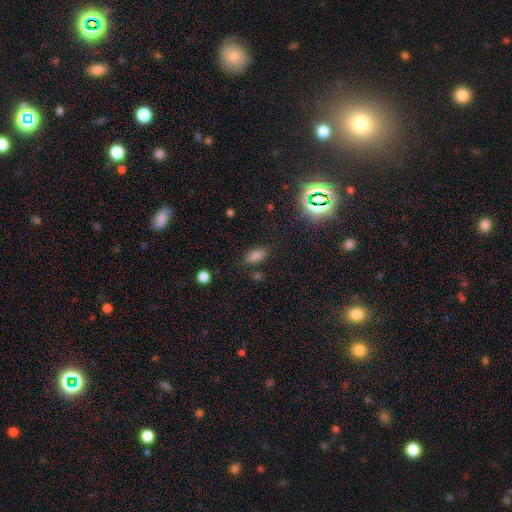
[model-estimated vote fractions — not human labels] The model was most divided on "smooth or featured": smooth: 72%, star or artifact: 21%, featured or disk: 7%. More confident: how rounded — in between (84%); merging — none (80%).